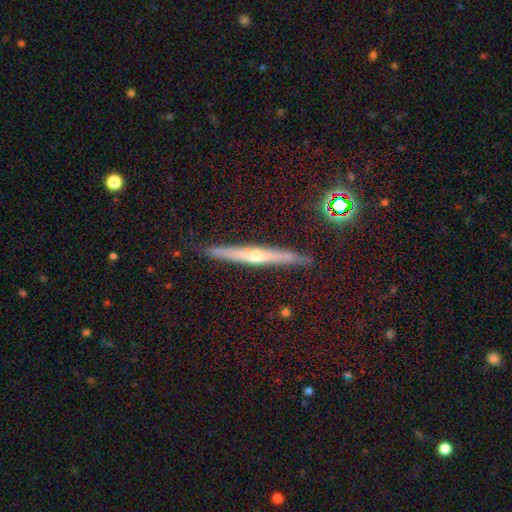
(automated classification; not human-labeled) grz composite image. It shows a featured or disk galaxy (69%) viewed edge-on (97%) with a rounded central bulge (80%). Merging: none (89%).